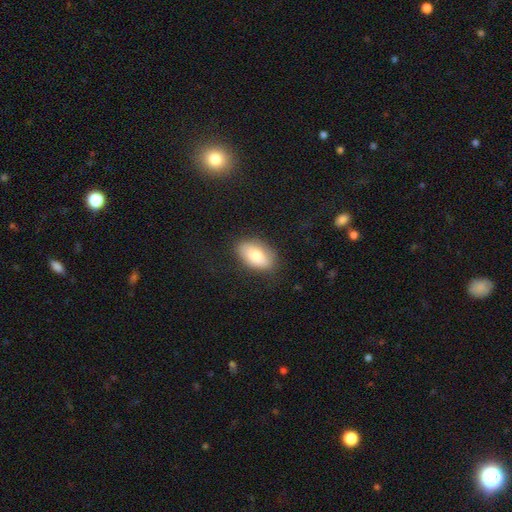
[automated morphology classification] A smooth galaxy with no disk features (79%) that is in between round and cigar-shaped (92%). Merging: none (82%).